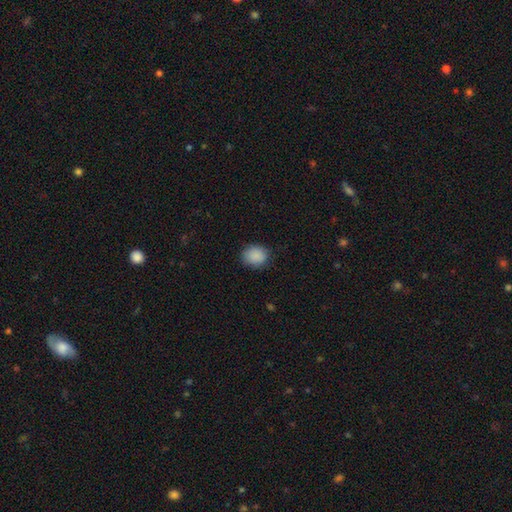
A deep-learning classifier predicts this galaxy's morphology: Smooth or featured: smooth — 89% (star or artifact — 8%)
How rounded: round — 63% (in between — 36%)
Merging: none — 83% (minor disturbance — 13%)